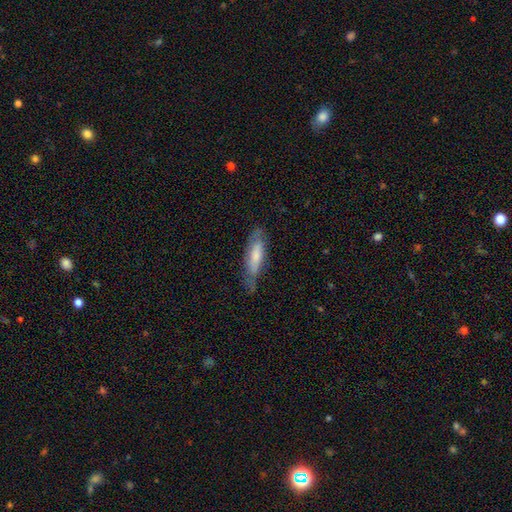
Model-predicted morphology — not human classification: Overall: smooth (60%; featured or disk 34%). How rounded: cigar-shaped (56%; in between 42%). Merging: none (60%; minor disturbance 28%).